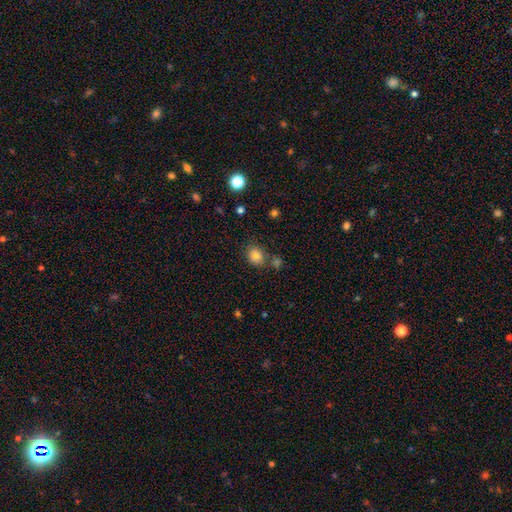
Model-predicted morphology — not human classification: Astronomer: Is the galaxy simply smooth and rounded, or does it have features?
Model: smooth — 81%.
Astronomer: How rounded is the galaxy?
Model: round — 61% (runner-up: in between, 38%).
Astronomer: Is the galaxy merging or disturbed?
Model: none — 72%.